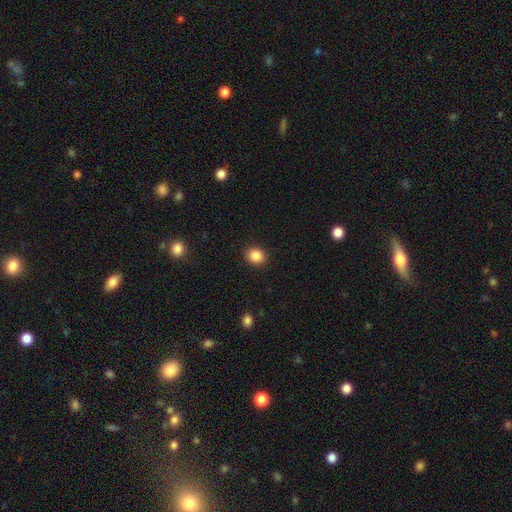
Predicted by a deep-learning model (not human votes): smooth-or-featured: smooth: 87% | star or artifact: 10% | featured or disk: 4%
  how-rounded: round: 68% | in between: 31% | cigar-shaped: 1%
  merging: none: 90% | minor disturbance: 7% | major disturbance: 2% | merger: 1%